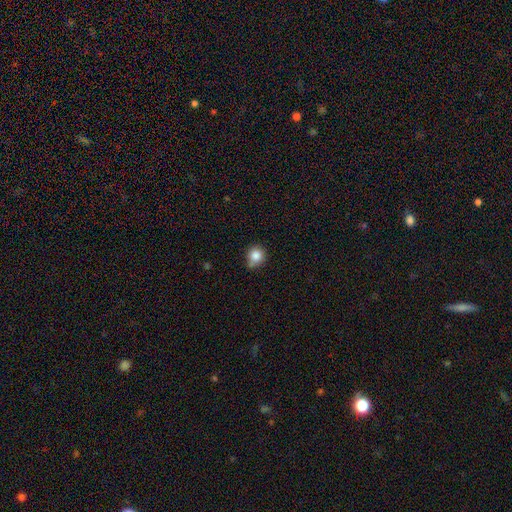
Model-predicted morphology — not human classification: Smooth or featured? smooth (84%)
How rounded? round (86%)
Merging? none (59%)